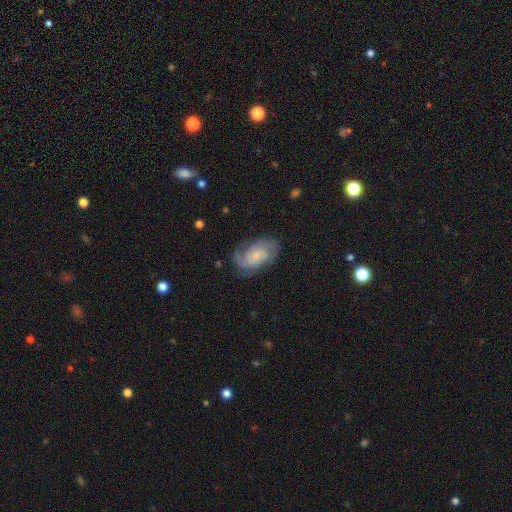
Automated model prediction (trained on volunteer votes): Smooth or featured? Predicted: featured or disk (p=0.79). Edge-on disk? Predicted: no (p=0.97). Bar? Predicted: no (p=0.66). Spiral arms? Predicted: yes (p=0.95). Spiral winding? Predicted: tight (p=0.47). Spiral arm count? Predicted: 2 (p=0.59). Bulge size? Predicted: small (p=0.63). Merging? Predicted: none (p=0.73).